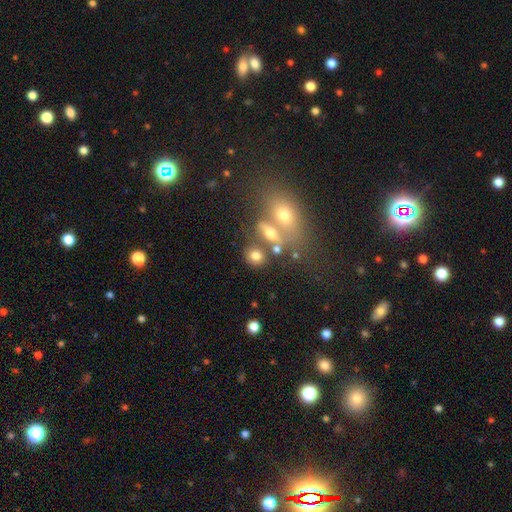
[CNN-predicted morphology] Q: Smooth or featured?
A: smooth (74%); runner-up: featured or disk (13%)
Q: How rounded?
A: round (67%); runner-up: in between (31%)
Q: Merging?
A: none (57%); runner-up: merger (25%)